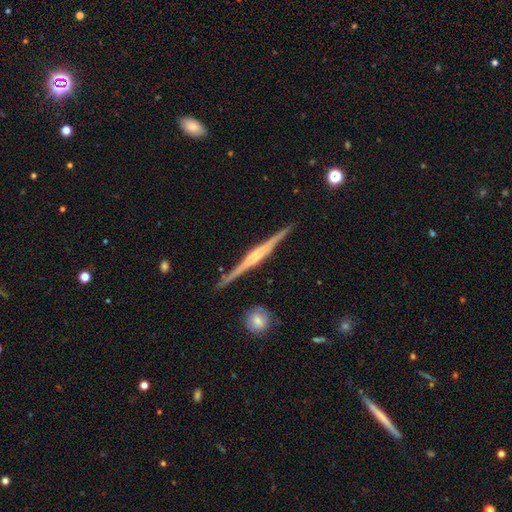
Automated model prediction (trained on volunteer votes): Overall: featured or disk (84%). Edge-on disk: yes (98%). Edge-on bulge: rounded (52%; boxy 35%). Merging: none (90%).